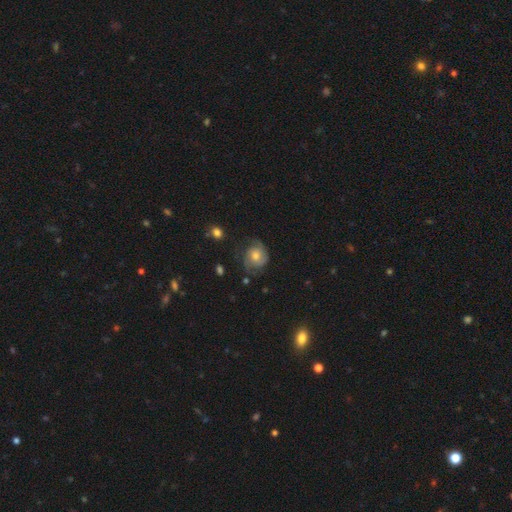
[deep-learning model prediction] Smooth or featured?
  - featured or disk: 64% *
  - smooth: 27%
  - star or artifact: 9%
Edge-on disk?
  - no: 97% *
  - yes: 3%
Bar?
  - no: 77% *
  - weak: 20%
  - strong: 3%
Spiral arms?
  - yes: 91% *
  - no: 9%
Spiral winding?
  - tight: 46% *
  - medium: 40%
  - loose: 14%
Spiral arm count?
  - 2: 60% *
  - can't tell: 17%
  - 3: 12%
  - 1: 4%
  - 4: 3%
  - more than 4: 2%
Bulge size?
  - moderate: 62% *
  - small: 25%
  - large: 9%
  - none: 3%
  - dominant: 1%
Merging?
  - none: 67% *
  - minor disturbance: 22%
  - major disturbance: 10%
  - merger: 2%